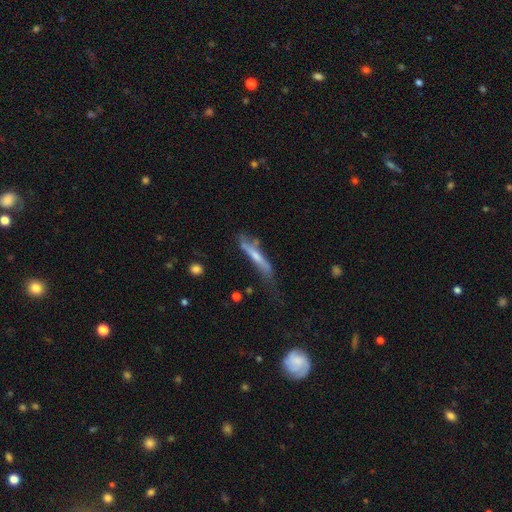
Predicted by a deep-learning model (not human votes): The model was most divided on "smooth or featured": featured or disk: 53%, smooth: 40%, star or artifact: 7%. Remaining: edge-on disk — yes (82%); merging — none (45%).